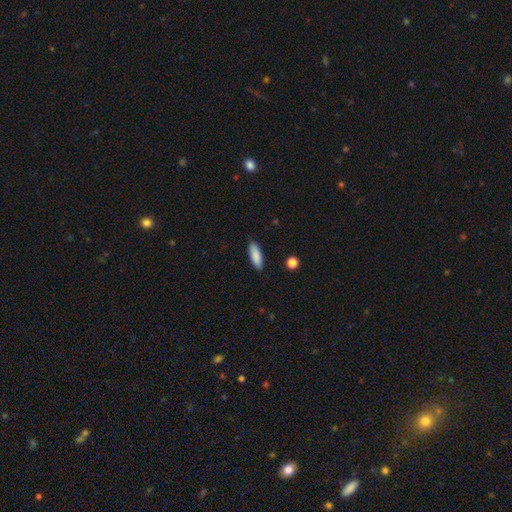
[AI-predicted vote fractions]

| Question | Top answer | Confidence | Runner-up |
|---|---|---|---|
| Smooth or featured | smooth | 87% | featured or disk (6%) |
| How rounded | in between | 58% | cigar-shaped (41%) |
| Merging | none | 87% | minor disturbance (9%) |